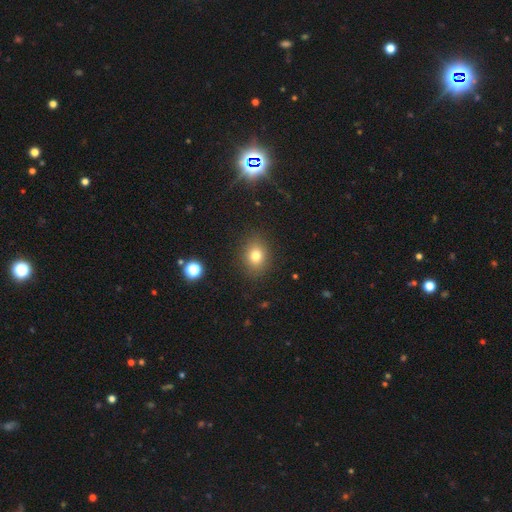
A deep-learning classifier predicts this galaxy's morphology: smooth 78%, star or artifact 13%, featured or disk 9%. Down the decision tree: how rounded — round (55%); merging — none (87%).